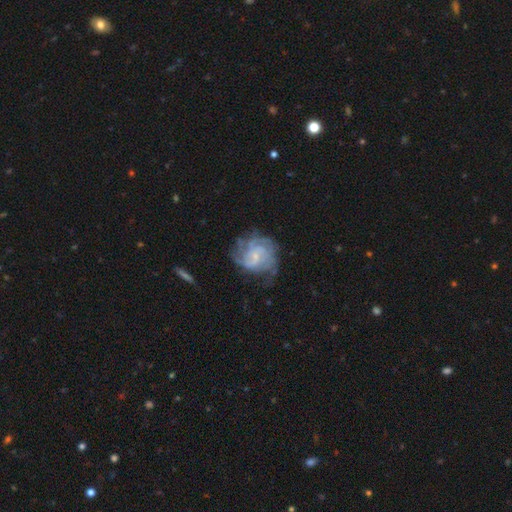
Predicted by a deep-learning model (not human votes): Smooth or featured?
  - featured or disk: 77% *
  - smooth: 16%
  - star or artifact: 7%
Edge-on disk?
  - no: 98% *
  - yes: 2%
Bar?
  - no: 58% *
  - weak: 37%
  - strong: 5%
Spiral arms?
  - yes: 89% *
  - no: 11%
Spiral winding?
  - tight: 48% *
  - medium: 38%
  - loose: 14%
Spiral arm count?
  - can't tell: 41% *
  - 3: 17%
  - 2: 16%
  - 4: 14%
  - more than 4: 6%
  - 1: 6%
Bulge size?
  - small: 69% *
  - moderate: 16%
  - none: 13%
  - large: 2%
  - dominant: 1%
Merging?
  - none: 55% *
  - minor disturbance: 24%
  - major disturbance: 19%
  - merger: 2%